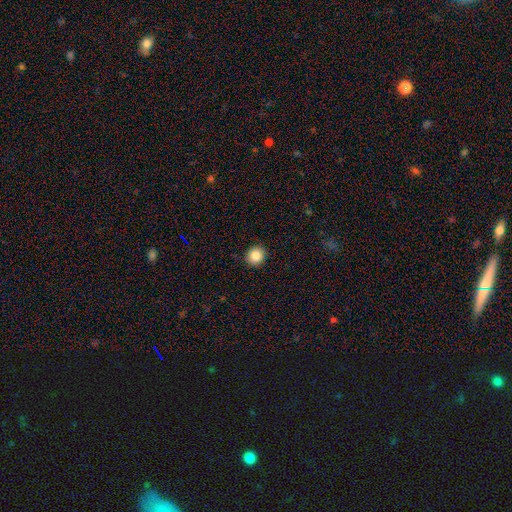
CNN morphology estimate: type=smooth (85%); roundness=round (92%); merging=none (92%).